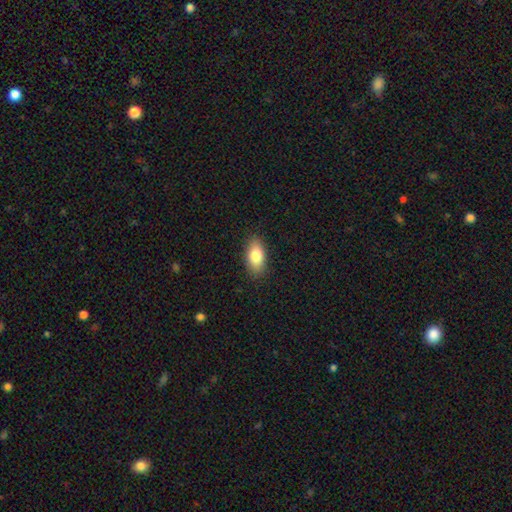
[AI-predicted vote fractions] smooth_or_featured: smooth (p=0.82) [alt: featured or disk p=0.11]
how_rounded: in between (p=0.90) [alt: cigar-shaped p=0.05]
merging: none (p=0.88) [alt: minor disturbance p=0.09]